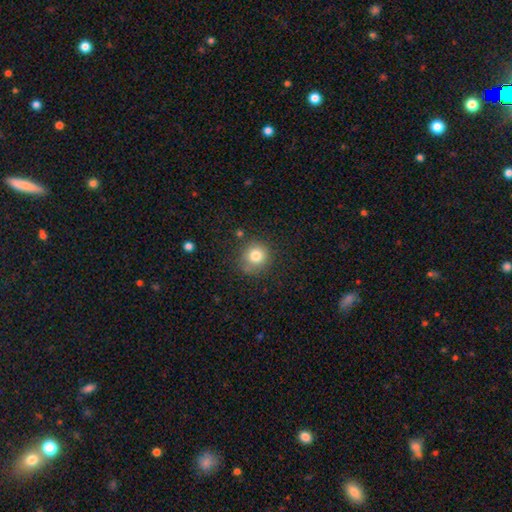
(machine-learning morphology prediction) smooth-or-featured: smooth: 81% | star or artifact: 11% | featured or disk: 8%
  how-rounded: round: 90% | in between: 9% | cigar-shaped: 1%
  merging: none: 80% | minor disturbance: 13% | major disturbance: 4% | merger: 3%